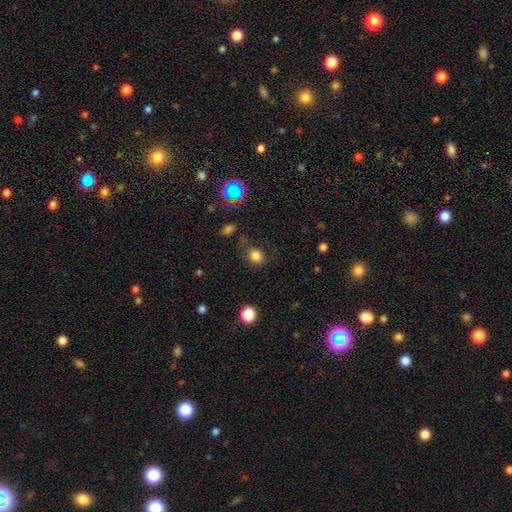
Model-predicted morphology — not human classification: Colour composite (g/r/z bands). It shows a smooth galaxy with no disk features (82%) that is round (75%). Merging: none (74%).